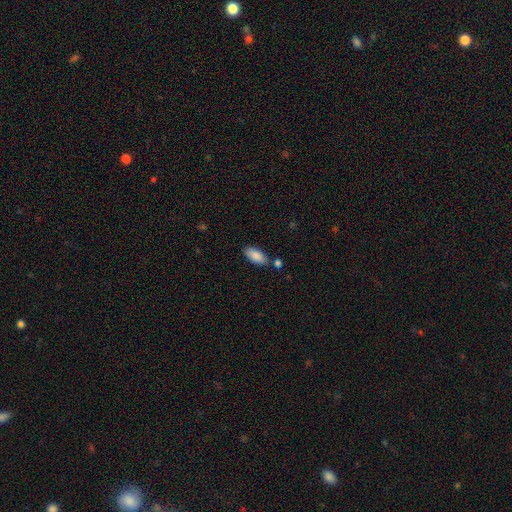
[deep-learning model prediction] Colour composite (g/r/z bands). It shows a smooth galaxy with no disk features (88%) that is in between round and cigar-shaped (89%). Merging: none (76%).